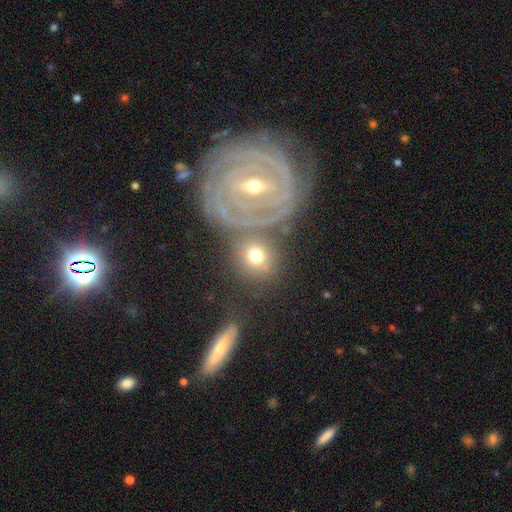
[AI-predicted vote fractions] The model was most divided on "smooth or featured": smooth: 57%, featured or disk: 32%, star or artifact: 11%. More confident: how rounded — round (73%); merging — none (59%).